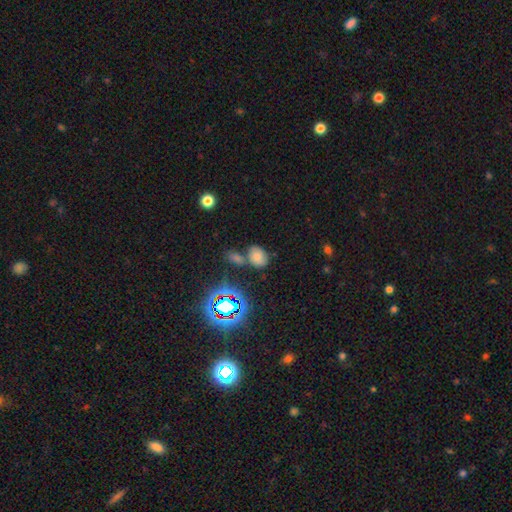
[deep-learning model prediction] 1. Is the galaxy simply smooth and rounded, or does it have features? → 56% smooth, 32% star or artifact, 12% featured or disk.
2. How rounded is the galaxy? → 64% in between, 34% round, 2% cigar-shaped.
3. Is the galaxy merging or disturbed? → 57% none, 22% merger, 15% minor disturbance, 6% major disturbance.